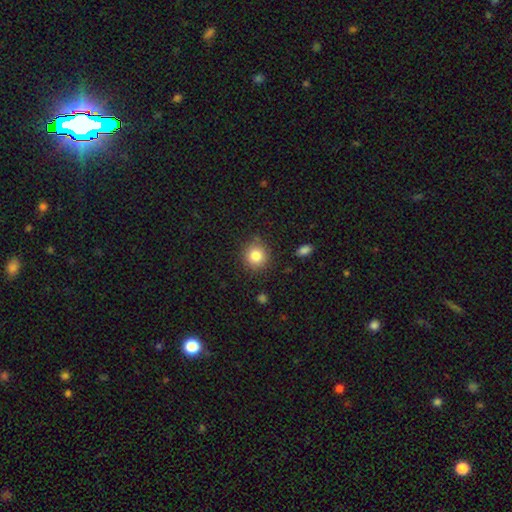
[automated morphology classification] Smooth or featured? smooth (83%)
How rounded? round (88%)
Merging? none (85%)